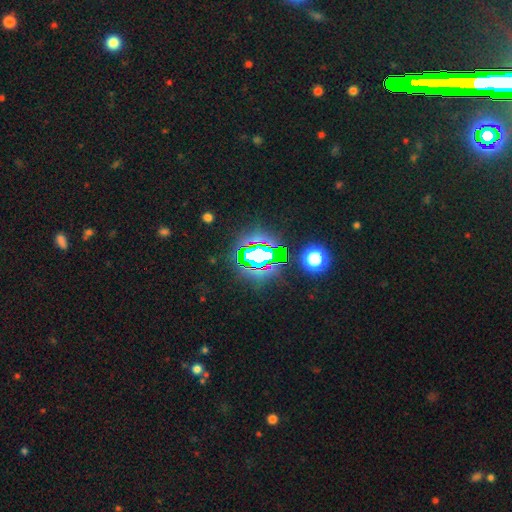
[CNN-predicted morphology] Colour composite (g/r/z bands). It shows a star or artifact, not a galaxy (69%).